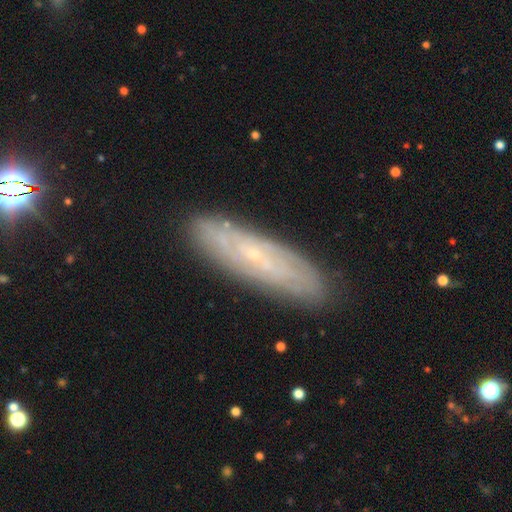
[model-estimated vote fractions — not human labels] A featured or disk galaxy (67%). Merging: none (86%).